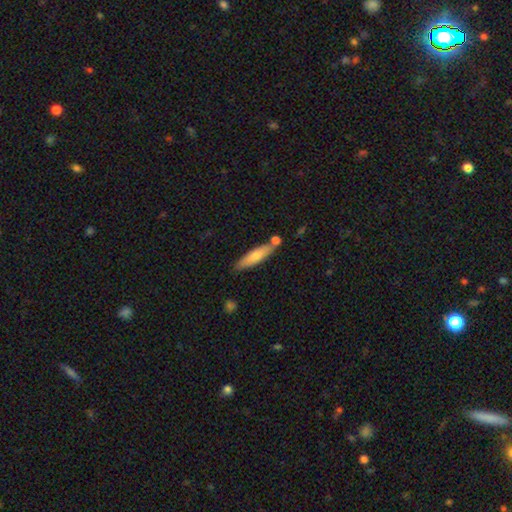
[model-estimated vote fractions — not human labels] The model was most divided on "smooth or featured": smooth: 69%, featured or disk: 25%, star or artifact: 6%. More confident: how rounded — cigar-shaped (73%); merging — none (70%).